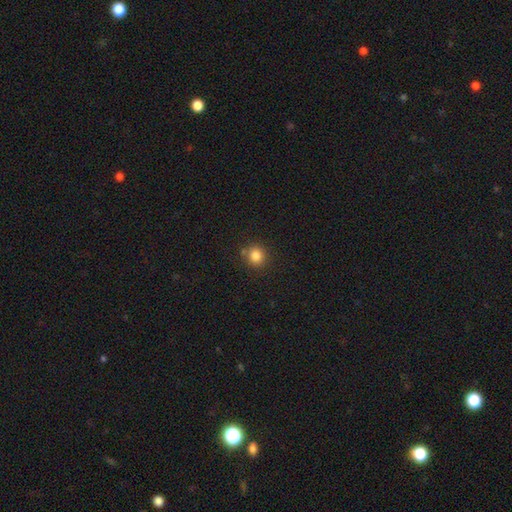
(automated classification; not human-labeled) Q: Smooth or featured?
A: smooth (83%); runner-up: star or artifact (12%)
Q: How rounded?
A: round (90%); runner-up: in between (9%)
Q: Merging?
A: none (80%); runner-up: minor disturbance (10%)